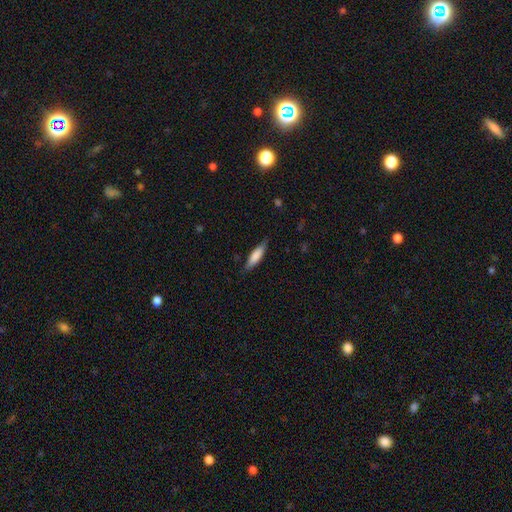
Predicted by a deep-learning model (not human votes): Q: Smooth or featured?
A: smooth (78%); runner-up: featured or disk (16%)
Q: How rounded?
A: cigar-shaped (65%); runner-up: in between (33%)
Q: Merging?
A: none (81%); runner-up: minor disturbance (15%)